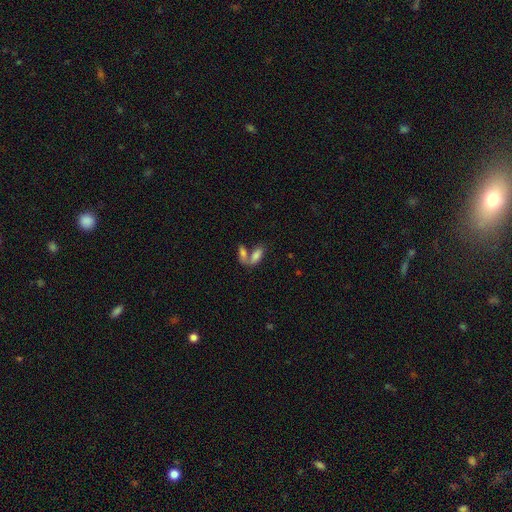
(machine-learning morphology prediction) This appears to be a smooth galaxy with no disk features (77%) that is in between round and cigar-shaped (84%). Merging: merger (61%).